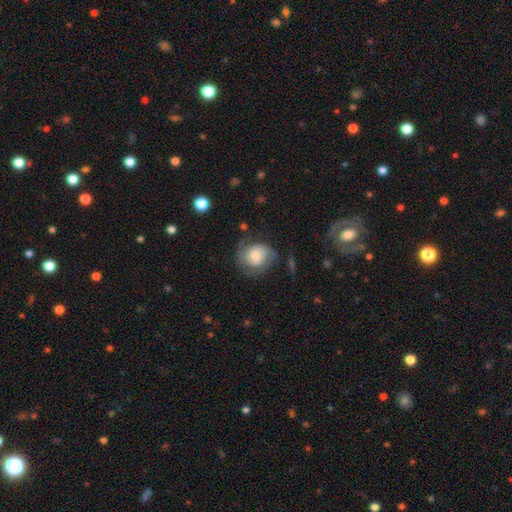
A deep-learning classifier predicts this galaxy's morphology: Q: Smooth or featured?
A: featured or disk (60%); runner-up: smooth (33%)
Q: Edge-on disk?
A: no (97%); runner-up: yes (3%)
Q: Bar?
A: no (73%); runner-up: weak (22%)
Q: Spiral arms?
A: yes (86%); runner-up: no (14%)
Q: Bulge size?
A: moderate (48%); runner-up: small (38%)
Q: Merging?
A: none (59%); runner-up: minor disturbance (22%)